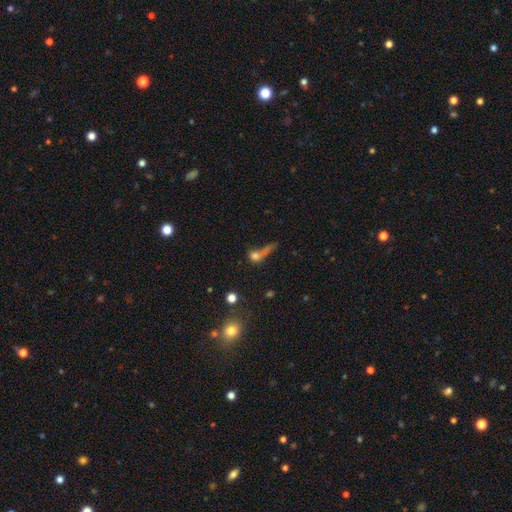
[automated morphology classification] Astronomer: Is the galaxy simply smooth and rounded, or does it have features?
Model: smooth — 60%.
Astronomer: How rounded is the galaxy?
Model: round — 41% (runner-up: in between, 38%).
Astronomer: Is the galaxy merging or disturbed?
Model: major disturbance — 39% (runner-up: none, 24%).